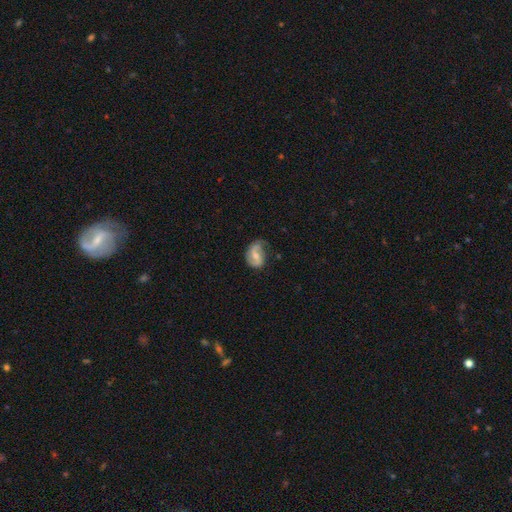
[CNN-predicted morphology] This is likely a featured or disk galaxy (66%). It is clearly not viewed edge-on (97%). Bar: possibly weak (48%). Spiral arm pattern: clearly yes (88%). Spiral arm count: likely 2 (67%). Spiral winding: marginally medium (41%). Central bulge: possibly moderate (50%). Merging: possibly none (48%).